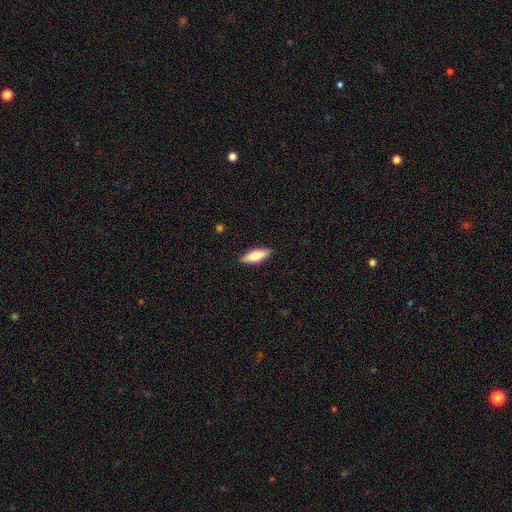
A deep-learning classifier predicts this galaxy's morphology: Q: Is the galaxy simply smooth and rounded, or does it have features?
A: smooth — 67%.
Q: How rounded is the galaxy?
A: in between — 64%.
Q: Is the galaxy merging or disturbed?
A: none — 89%.